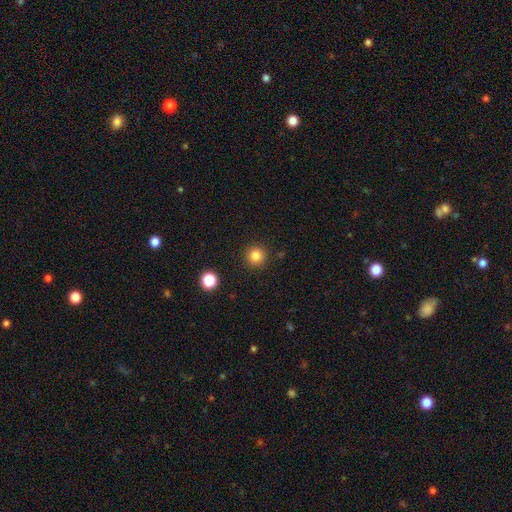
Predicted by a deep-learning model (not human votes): Morphology: type=smooth (83%); roundness=round (95%); merging=none (91%).